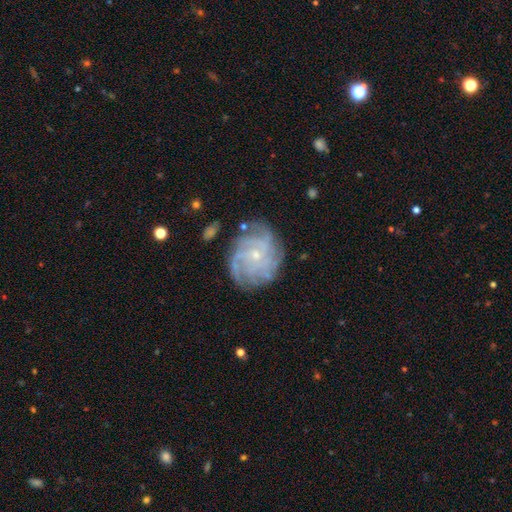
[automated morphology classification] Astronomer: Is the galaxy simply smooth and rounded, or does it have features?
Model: featured or disk — 81%.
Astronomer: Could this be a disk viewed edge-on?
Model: no — 97%.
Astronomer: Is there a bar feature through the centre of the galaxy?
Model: no — 75%.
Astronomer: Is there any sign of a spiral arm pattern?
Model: yes — 94%.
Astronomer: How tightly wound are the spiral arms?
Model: tight — 63%.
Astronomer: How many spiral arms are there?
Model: can't tell — 29% (runner-up: 4, 25%).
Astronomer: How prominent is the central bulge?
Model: small — 79%.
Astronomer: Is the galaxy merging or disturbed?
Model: none — 76%.